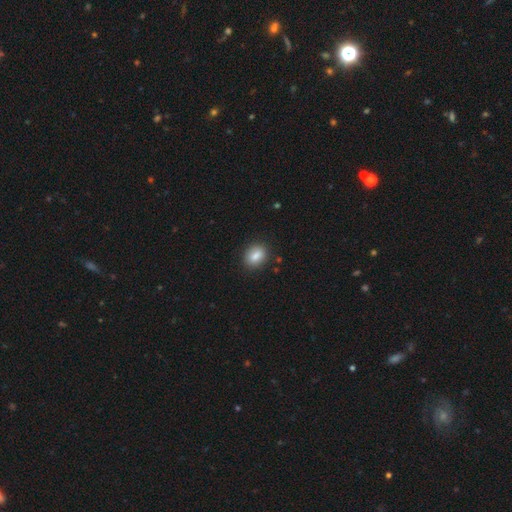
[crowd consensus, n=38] A smooth galaxy with no disk features (89%) that is in between round and cigar-shaped (85%). Merging: none (86%).